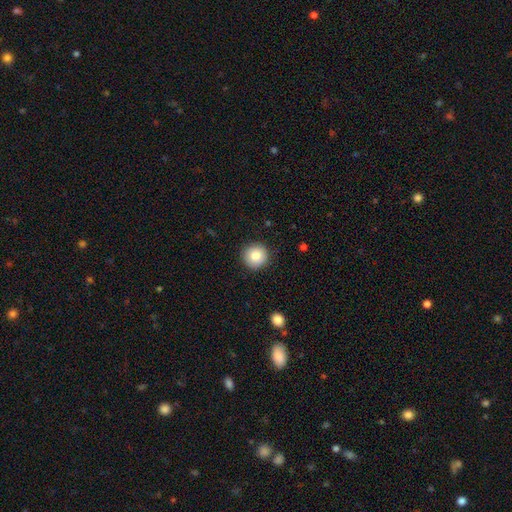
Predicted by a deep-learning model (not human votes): Q: Smooth or featured?
A: smooth (83%); runner-up: featured or disk (9%)
Q: How rounded?
A: round (95%); runner-up: in between (4%)
Q: Merging?
A: none (90%); runner-up: minor disturbance (7%)